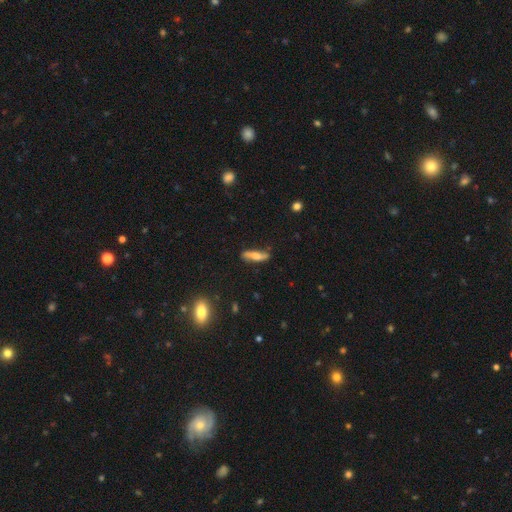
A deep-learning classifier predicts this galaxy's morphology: type=smooth (51%); roundness=cigar-shaped (70%); merging=none (76%).